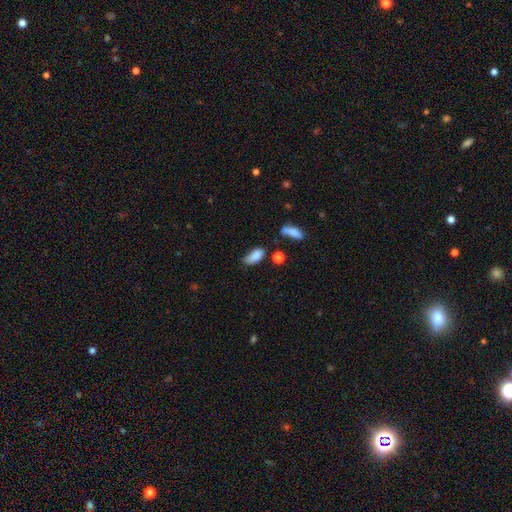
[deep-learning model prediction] Smooth or featured?
  - smooth: 83% *
  - star or artifact: 9%
  - featured or disk: 8%
How rounded?
  - in between: 87% *
  - cigar-shaped: 10%
  - round: 3%
Merging?
  - none: 50% *
  - minor disturbance: 34%
  - major disturbance: 10%
  - merger: 7%